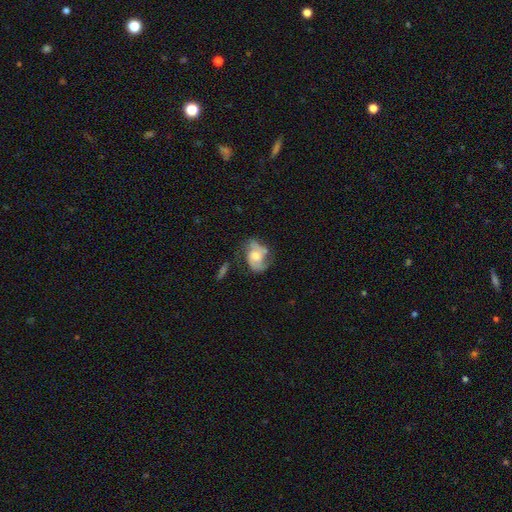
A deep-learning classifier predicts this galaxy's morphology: Smooth or featured: featured or disk — 72% (smooth — 21%)
Edge-on disk: no — 97% (yes — 3%)
Bar: no — 58% (weak — 35%)
Spiral arms: yes — 89% (no — 11%)
Spiral winding: medium — 49% (loose — 26%)
Spiral arm count: 2 — 81% (can't tell — 9%)
Bulge size: moderate — 51% (small — 21%)
Merging: none — 53% (minor disturbance — 25%)